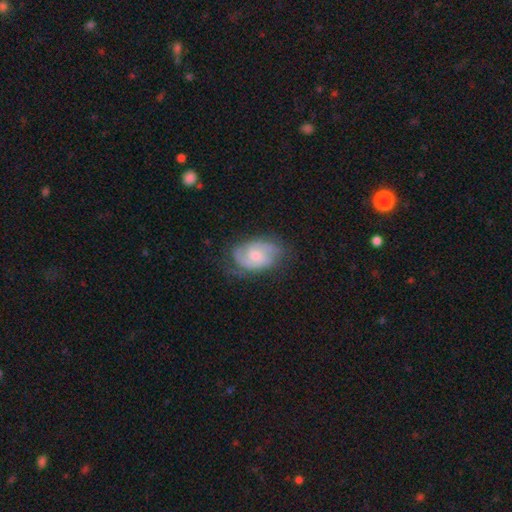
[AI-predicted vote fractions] This is likely a featured or disk galaxy (76%). It is clearly not viewed edge-on (97%). Bar: likely no (61%). Spiral arm pattern: clearly yes (94%). Spiral arm count: likely 2 (63%). Spiral winding: possibly tight (47%). Central bulge: possibly small (51%). Merging: likely none (67%).